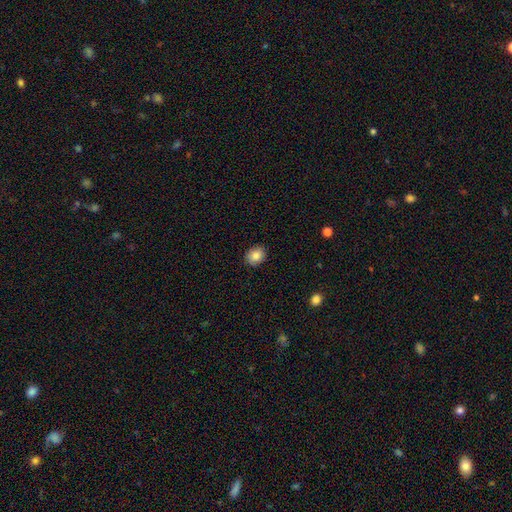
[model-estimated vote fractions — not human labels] smooth-or-featured: smooth: 86% | star or artifact: 9% | featured or disk: 5%
  how-rounded: round: 58% | in between: 41% | cigar-shaped: 1%
  merging: none: 89% | minor disturbance: 8% | major disturbance: 2% | merger: 1%